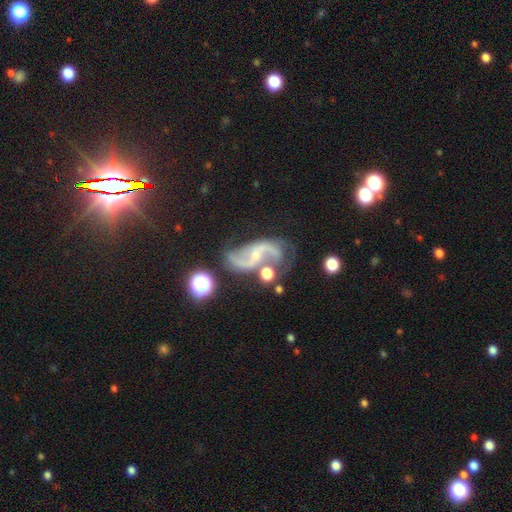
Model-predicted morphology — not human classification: Smooth or featured? featured or disk (88%)
Edge-on disk? no (97%)
Bar? no (45%)
Spiral arms? yes (97%)
Spiral winding? loose (61%)
Spiral arm count? 2 (92%)
Bulge size? small (72%)
Merging? none (58%)